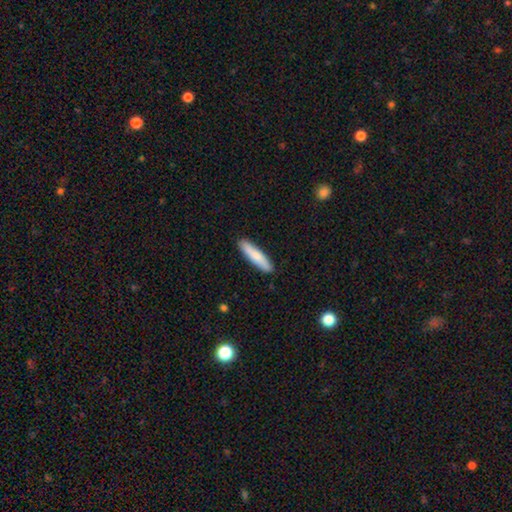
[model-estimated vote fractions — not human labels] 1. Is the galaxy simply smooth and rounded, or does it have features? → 80% smooth, 15% featured or disk, 5% star or artifact.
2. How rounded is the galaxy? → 82% cigar-shaped, 17% in between, 1% round.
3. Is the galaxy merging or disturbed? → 89% none, 8% minor disturbance, 1% major disturbance, 1% merger.